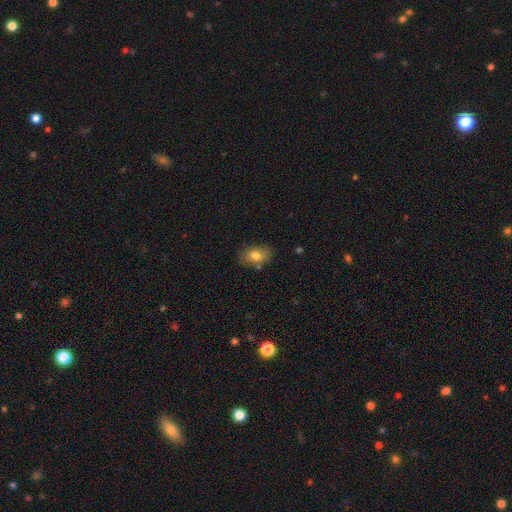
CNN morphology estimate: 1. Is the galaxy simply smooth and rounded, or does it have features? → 77% smooth, 15% featured or disk, 9% star or artifact.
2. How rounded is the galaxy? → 81% in between, 17% round, 1% cigar-shaped.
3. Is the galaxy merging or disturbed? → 74% none, 17% minor disturbance, 5% merger, 4% major disturbance.